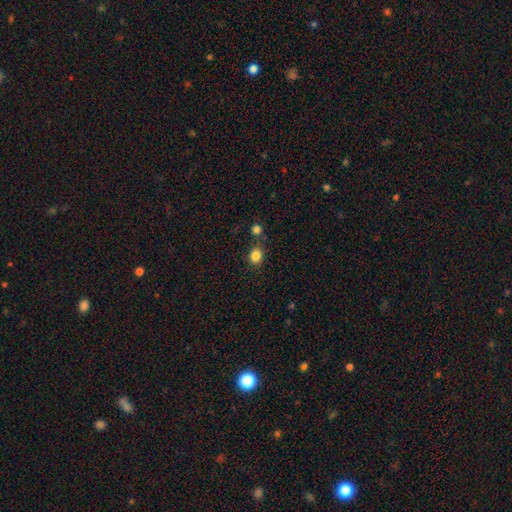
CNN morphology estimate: A smooth galaxy with no disk features (83%) that is round (69%).

Vote fractions:
- Smooth or featured? smooth: 83% / star or artifact: 12% / featured or disk: 5%
- How rounded? round: 69% / in between: 30% / cigar-shaped: 1%
- Merging? none: 77% / minor disturbance: 10% / merger: 10% / major disturbance: 3%